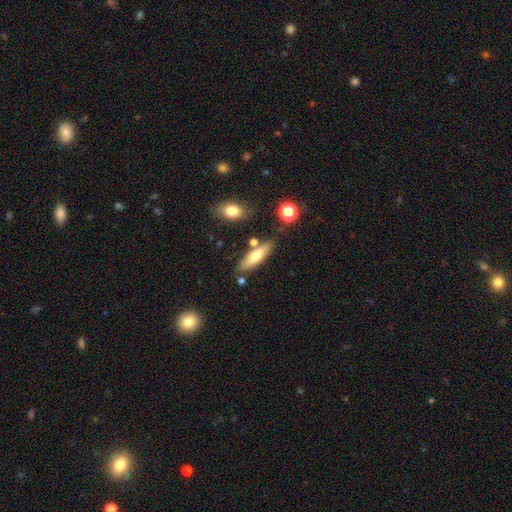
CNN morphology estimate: Smooth or featured: smooth — 65% (featured or disk — 28%)
How rounded: cigar-shaped — 54% (in between — 44%)
Merging: none — 75% (minor disturbance — 13%)